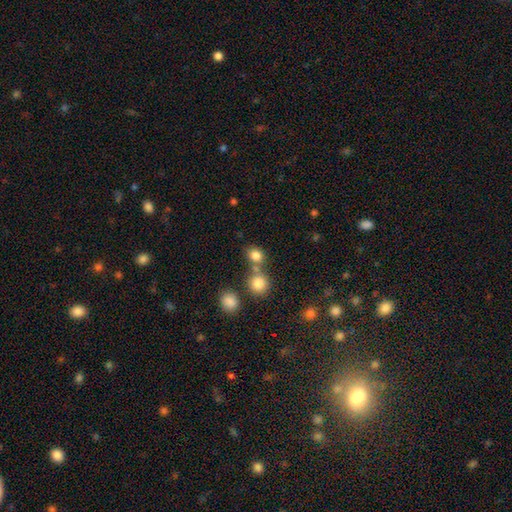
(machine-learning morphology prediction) The model was most divided on "merging": none: 57%, merger: 30%, minor disturbance: 9%, major disturbance: 4%. More confident: smooth or featured — smooth (81%); how rounded — round (66%).